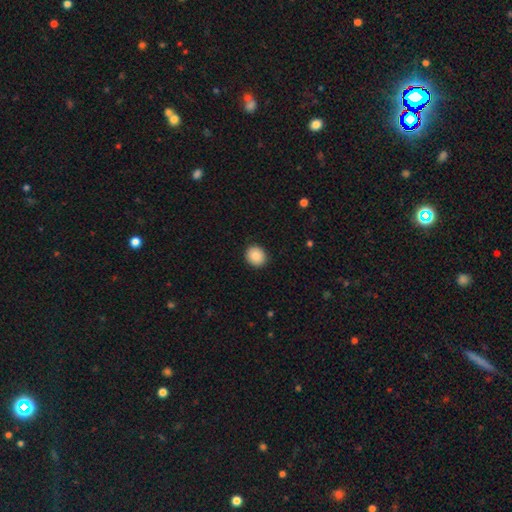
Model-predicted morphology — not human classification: Q: Smooth or featured?
A: smooth (88%); runner-up: star or artifact (8%)
Q: How rounded?
A: round (81%); runner-up: in between (18%)
Q: Merging?
A: none (91%); runner-up: minor disturbance (6%)